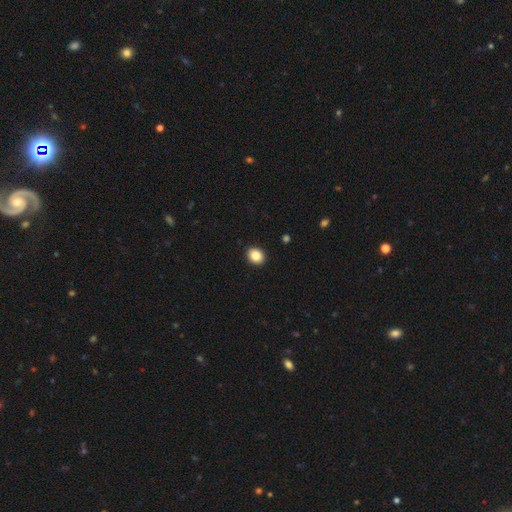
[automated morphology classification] smooth-or-featured: smooth: 85% | star or artifact: 9% | featured or disk: 6%
  how-rounded: round: 54% | in between: 45% | cigar-shaped: 1%
  merging: none: 92% | minor disturbance: 6% | major disturbance: 2% | merger: 1%